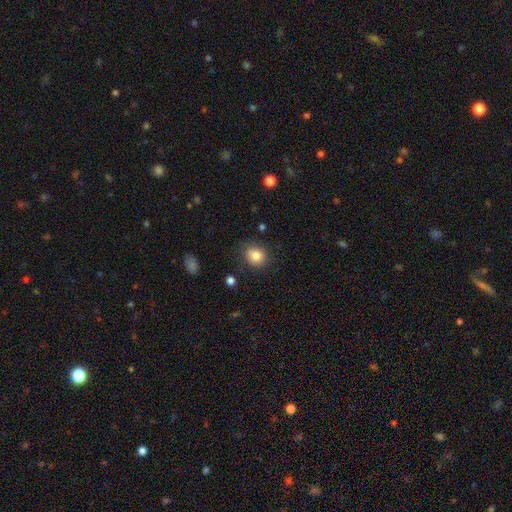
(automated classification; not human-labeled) A smooth galaxy with no disk features (85%) that is round (69%).

Vote fractions:
- Smooth or featured? smooth: 85% / star or artifact: 10% / featured or disk: 6%
- How rounded? round: 69% / in between: 30% / cigar-shaped: 1%
- Merging? none: 82% / minor disturbance: 12% / major disturbance: 4% / merger: 2%